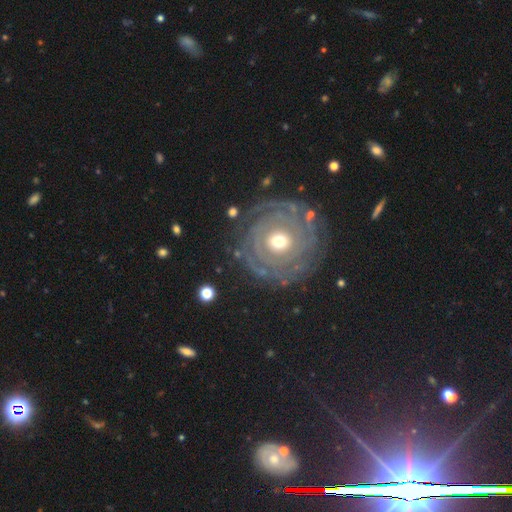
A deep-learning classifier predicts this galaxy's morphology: smooth-or-featured: featured or disk: 68% | smooth: 17% | star or artifact: 15%
  disk-edge-on: no: 95% | yes: 5%
    bar: no: 73% | weak: 19% | strong: 8%
    has-spiral-arms: yes: 78% | no: 22%
      spiral-winding: tight: 81% | medium: 14% | loose: 5%
      spiral-arm-count: can't tell: 45% | 2: 17% | 3: 13% | 4: 9% | more than 4: 9% | 1: 8%
    bulge-size: moderate: 64% | small: 29% | large: 5% | dominant: 1% | none: 1%
  merging: none: 82% | minor disturbance: 10% | major disturbance: 6% | merger: 2%